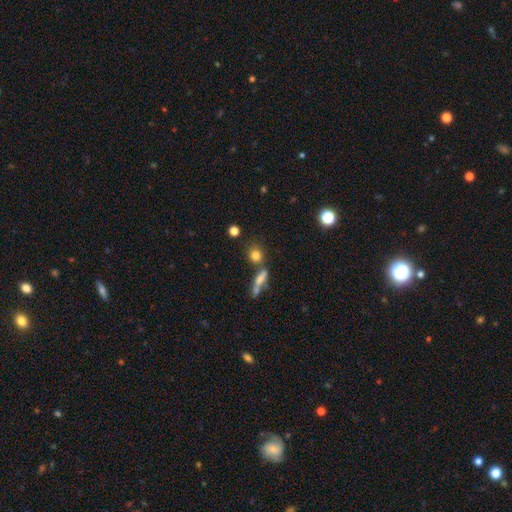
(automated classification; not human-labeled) Smooth or featured: smooth — 79% (star or artifact — 13%)
How rounded: round — 73% (in between — 21%)
Merging: none — 63% (merger — 20%)